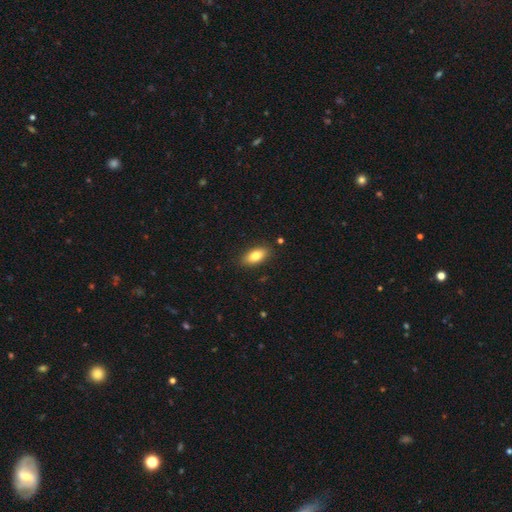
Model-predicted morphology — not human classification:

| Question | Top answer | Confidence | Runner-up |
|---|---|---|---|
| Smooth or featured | smooth | 82% | featured or disk (11%) |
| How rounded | in between | 89% | cigar-shaped (7%) |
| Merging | none | 87% | minor disturbance (10%) |